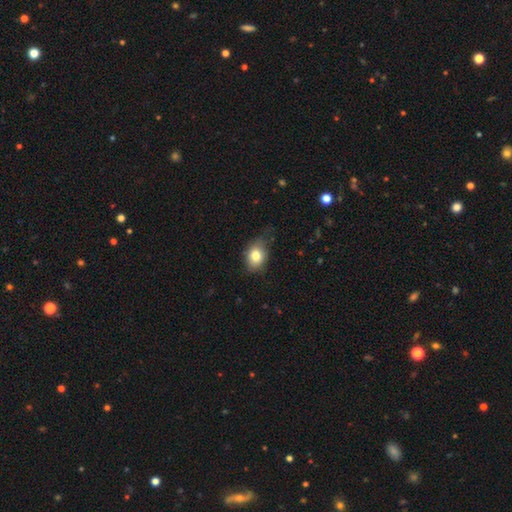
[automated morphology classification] smooth_or_featured: smooth (p=0.80) [alt: featured or disk p=0.10]
how_rounded: in between (p=0.60) [alt: round p=0.39]
merging: none (p=0.61) [alt: minor disturbance p=0.29]